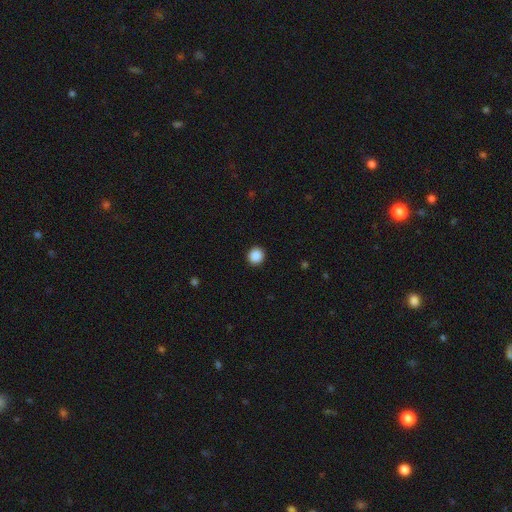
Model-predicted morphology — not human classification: Overall: smooth (88%). How rounded: round (89%). Merging: none (92%).